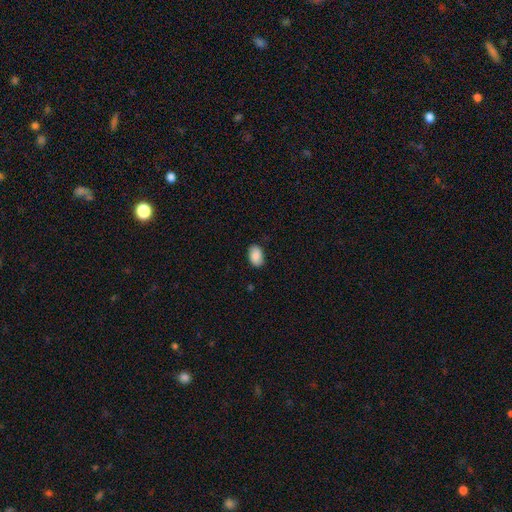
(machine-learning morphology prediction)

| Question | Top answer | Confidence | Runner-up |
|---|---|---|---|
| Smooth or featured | smooth | 89% | star or artifact (7%) |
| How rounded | in between | 91% | round (8%) |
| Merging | none | 86% | minor disturbance (11%) |